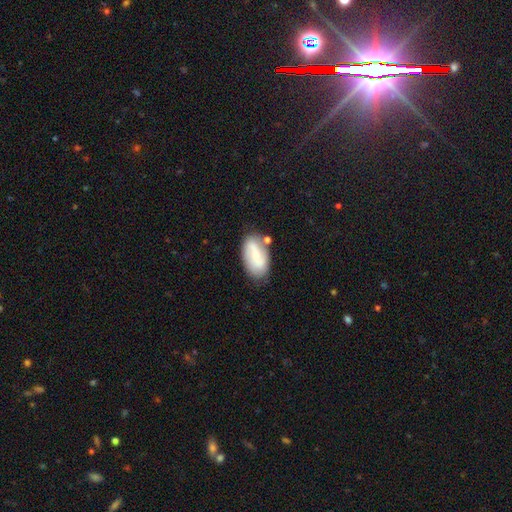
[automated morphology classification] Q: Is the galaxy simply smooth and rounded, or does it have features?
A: featured or disk — 52%.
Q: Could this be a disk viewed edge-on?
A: no — 94%.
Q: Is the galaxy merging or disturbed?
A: none — 70%.